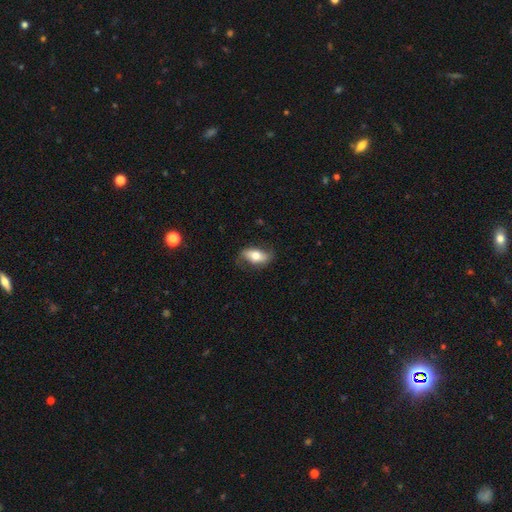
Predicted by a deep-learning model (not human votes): A smooth galaxy with no disk features (62%) that is in between round and cigar-shaped (87%). Merging: none (73%).